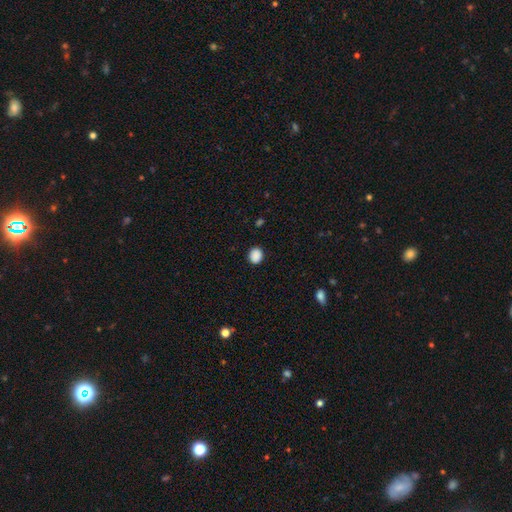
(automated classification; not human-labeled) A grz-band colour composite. It shows a smooth galaxy with no disk features (89%) that is round (74%). Merging: none (90%).